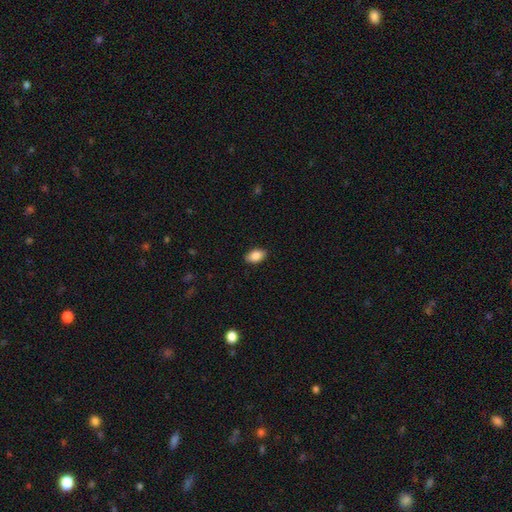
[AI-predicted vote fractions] smooth 86%, star or artifact 7%, featured or disk 7%. Down the decision tree: how rounded — in between (91%); merging — none (88%).